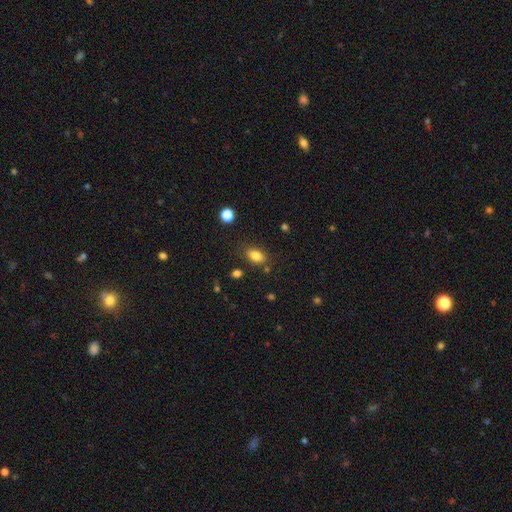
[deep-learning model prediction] smooth-or-featured: smooth: 84% | star or artifact: 10% | featured or disk: 6%
  how-rounded: in between: 85% | round: 12% | cigar-shaped: 3%
  merging: none: 79% | minor disturbance: 13% | major disturbance: 4% | merger: 3%